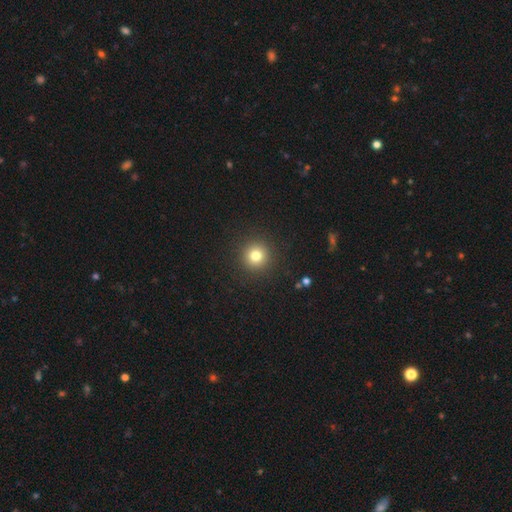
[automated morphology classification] This is likely a smooth galaxy (79%). How rounded: clearly round (95%). Merging: clearly none (91%).